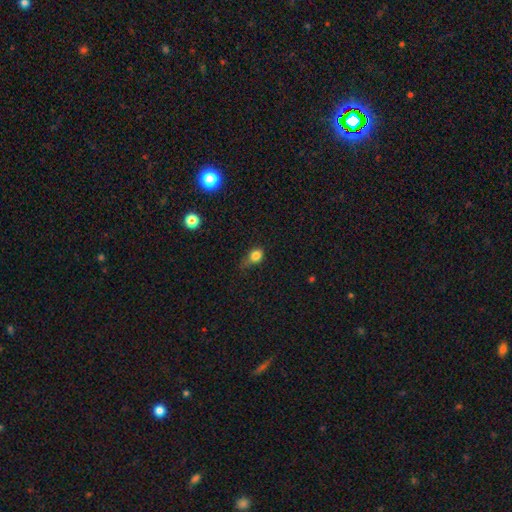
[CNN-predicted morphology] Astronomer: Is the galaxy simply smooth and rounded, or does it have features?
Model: smooth — 81%.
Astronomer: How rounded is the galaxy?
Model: round — 52% (runner-up: in between, 45%).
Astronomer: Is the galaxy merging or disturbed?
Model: minor disturbance — 41% (runner-up: none, 35%).